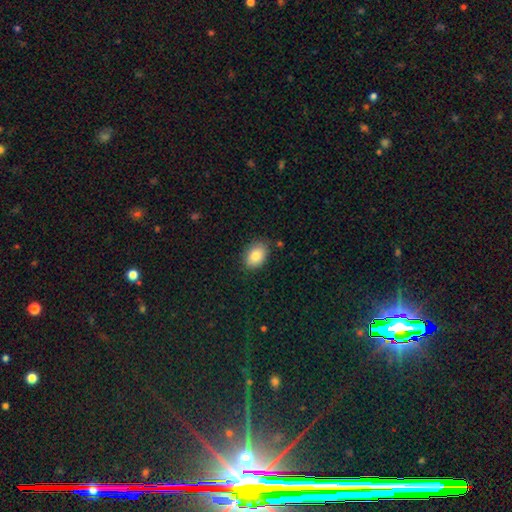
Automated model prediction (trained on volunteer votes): Smooth or featured? Predicted: smooth (p=0.84). How rounded? Predicted: in between (p=0.81). Merging? Predicted: none (p=0.83).